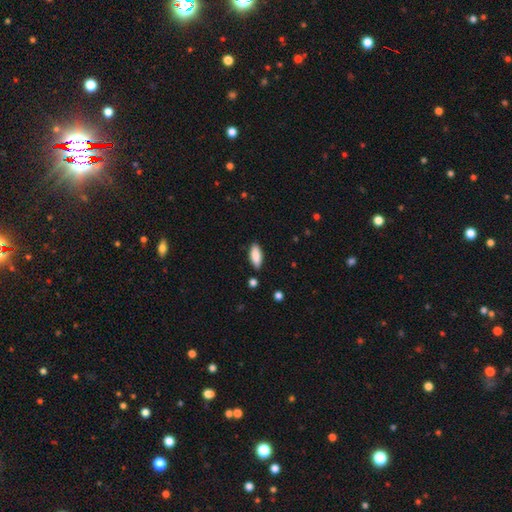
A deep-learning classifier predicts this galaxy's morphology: Overall: smooth (88%). How rounded: in between (78%). Merging: none (85%).